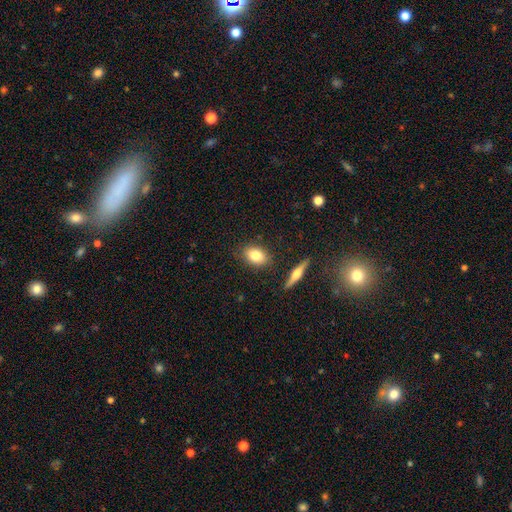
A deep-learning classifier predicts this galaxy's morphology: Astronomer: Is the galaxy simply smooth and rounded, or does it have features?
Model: smooth — 80%.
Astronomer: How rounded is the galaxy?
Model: in between — 81%.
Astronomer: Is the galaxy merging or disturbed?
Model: none — 82%.